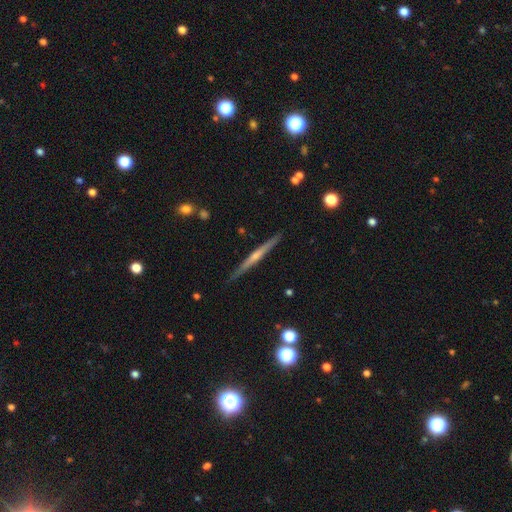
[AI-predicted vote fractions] Morphology: type=featured or disk (77%); edge-on=yes (98%); edge-on bulge=rounded (77%); merging=none (90%).